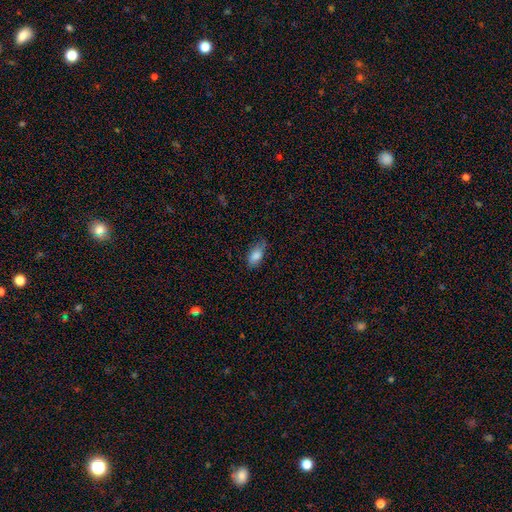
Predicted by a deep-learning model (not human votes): Q: Smooth or featured?
A: smooth (83%); runner-up: featured or disk (9%)
Q: How rounded?
A: in between (90%); runner-up: cigar-shaped (5%)
Q: Merging?
A: none (66%); runner-up: minor disturbance (27%)